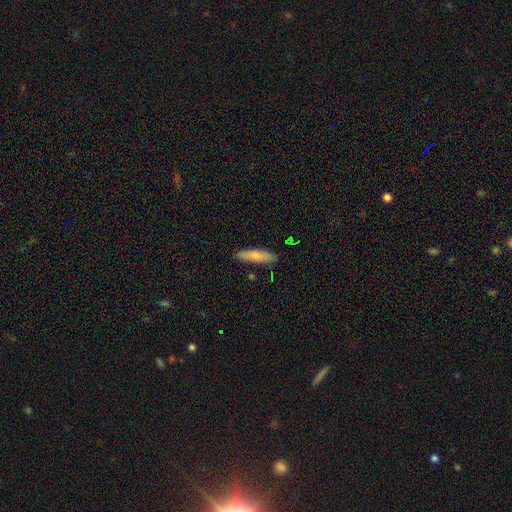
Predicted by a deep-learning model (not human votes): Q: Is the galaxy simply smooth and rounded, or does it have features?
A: smooth — 78%.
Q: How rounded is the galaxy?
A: cigar-shaped — 77%.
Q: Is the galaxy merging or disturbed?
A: none — 87%.